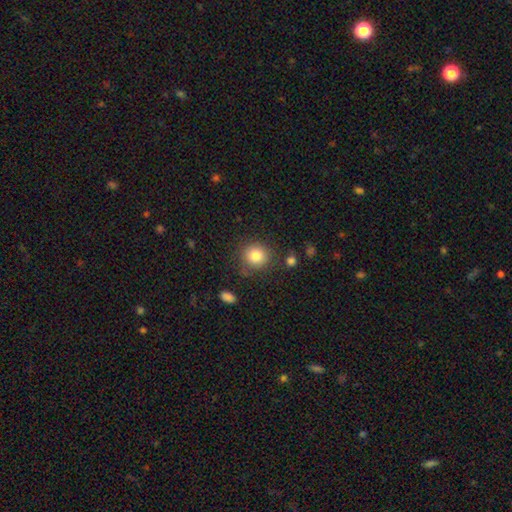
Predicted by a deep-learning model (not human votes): smooth-or-featured: smooth: 83% | star or artifact: 10% | featured or disk: 7%
  how-rounded: round: 88% | in between: 12% | cigar-shaped: 1%
  merging: none: 81% | minor disturbance: 12% | major disturbance: 4% | merger: 4%